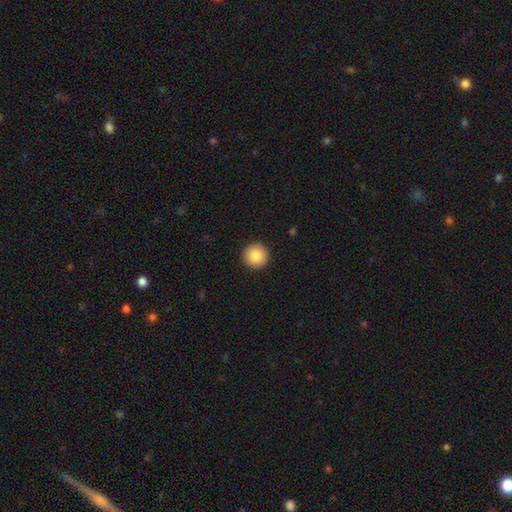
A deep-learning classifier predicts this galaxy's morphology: smooth-or-featured: smooth: 87% | star or artifact: 8% | featured or disk: 5%
  how-rounded: round: 96% | in between: 3% | cigar-shaped: 1%
  merging: none: 93% | minor disturbance: 4% | major disturbance: 1% | merger: 1%